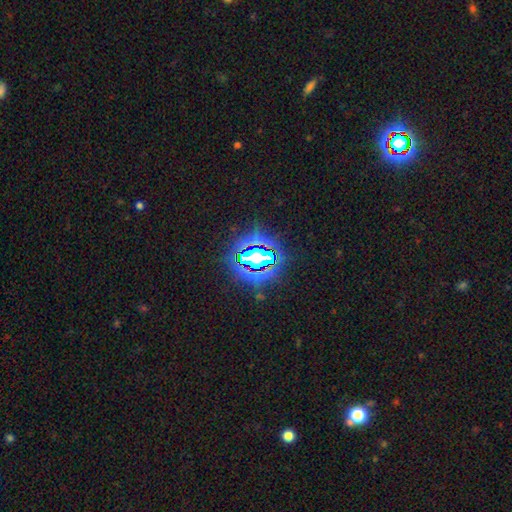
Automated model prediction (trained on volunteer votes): star or artifact 68%, smooth 20%, featured or disk 12%.